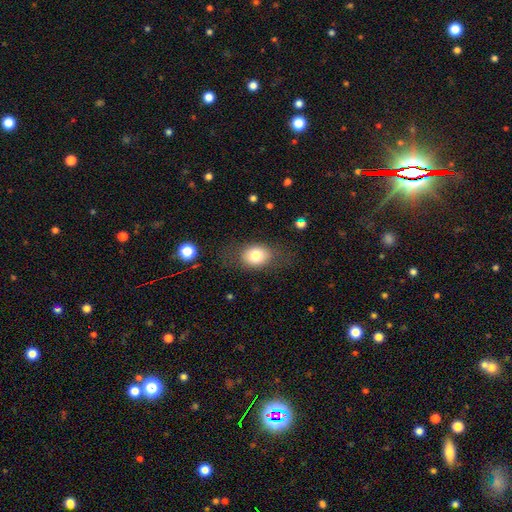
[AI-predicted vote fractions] The model was most divided on "how rounded": in between: 59%, round: 40%, cigar-shaped: 1%. More confident: smooth or featured — smooth (78%); merging — none (73%).